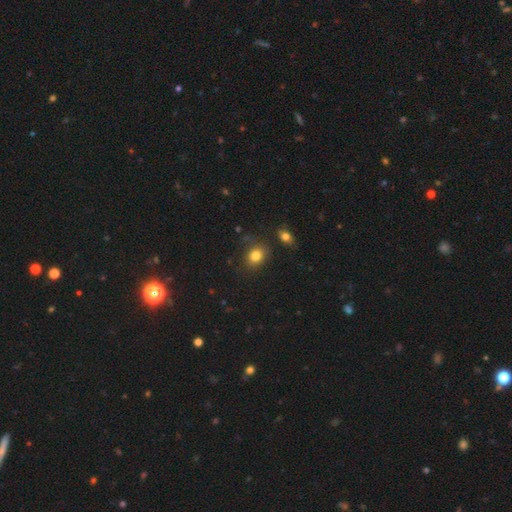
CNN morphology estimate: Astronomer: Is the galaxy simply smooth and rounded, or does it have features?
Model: smooth — 81%.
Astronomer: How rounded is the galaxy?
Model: round — 57% (runner-up: in between, 42%).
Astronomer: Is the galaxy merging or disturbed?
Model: none — 78%.